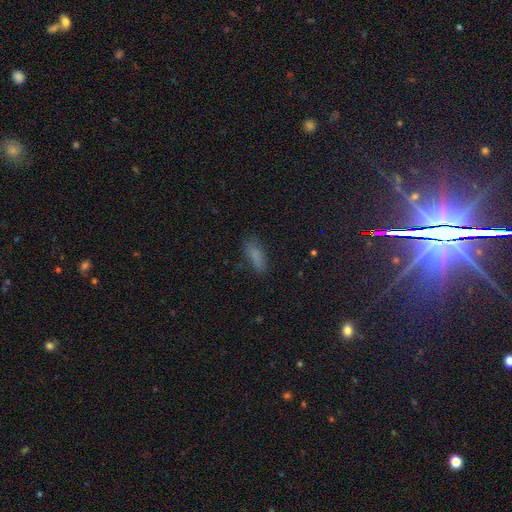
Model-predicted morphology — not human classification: Smooth or featured? Predicted: smooth (p=0.76). How rounded? Predicted: in between (p=0.68). Merging? Predicted: none (p=0.69).